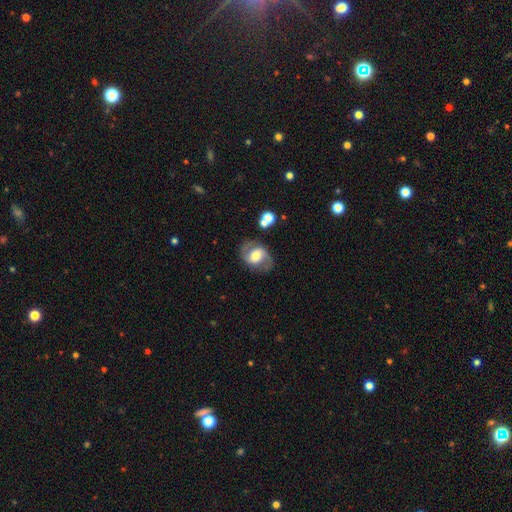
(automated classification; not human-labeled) A featured or disk galaxy (72%) with a weak bar (42%), 2 (90%) medium (52%) spiral arms (89%) and a moderate central bulge (57%). Merging: none (75%).